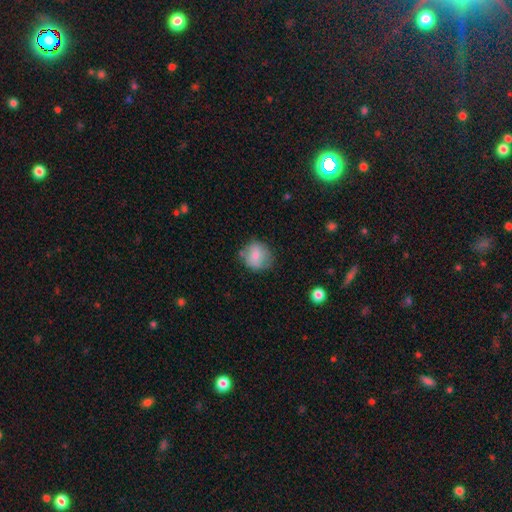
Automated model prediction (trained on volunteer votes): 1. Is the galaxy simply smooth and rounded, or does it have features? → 77% smooth, 15% featured or disk, 8% star or artifact.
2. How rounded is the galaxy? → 82% round, 17% in between, 1% cigar-shaped.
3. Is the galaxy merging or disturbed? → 70% none, 21% minor disturbance, 5% major disturbance, 4% merger.